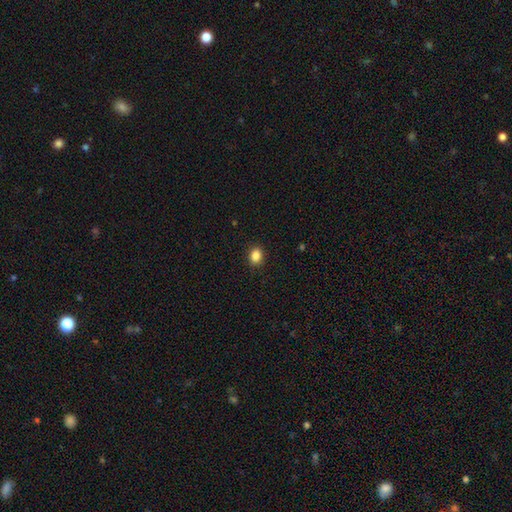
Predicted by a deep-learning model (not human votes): smooth-or-featured: smooth: 86% | star or artifact: 10% | featured or disk: 4%
  how-rounded: in between: 56% | round: 43% | cigar-shaped: 1%
  merging: none: 91% | minor disturbance: 7% | major disturbance: 2% | merger: 1%